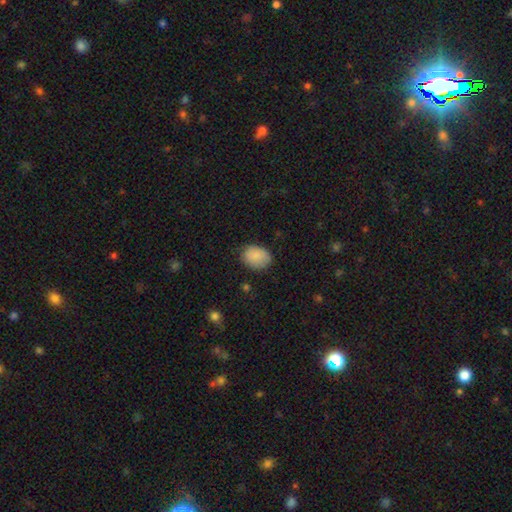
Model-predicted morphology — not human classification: Overall: smooth (88%). How rounded: in between (70%). Merging: none (74%).